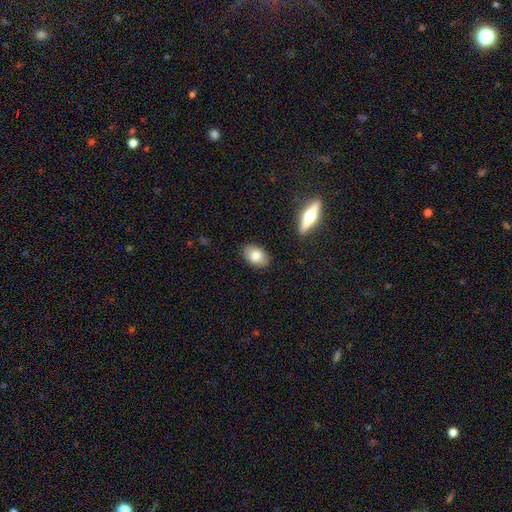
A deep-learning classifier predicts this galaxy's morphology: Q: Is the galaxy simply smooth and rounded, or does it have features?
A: smooth — 79%.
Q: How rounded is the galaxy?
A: in between — 89%.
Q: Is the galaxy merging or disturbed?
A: none — 87%.